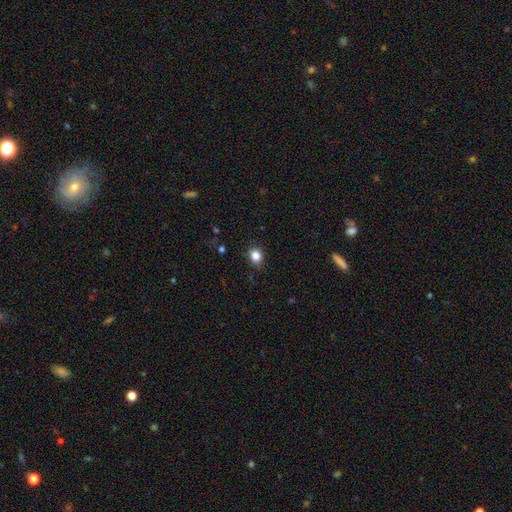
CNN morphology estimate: type=smooth (83%); roundness=round (61%); merging=none (84%).